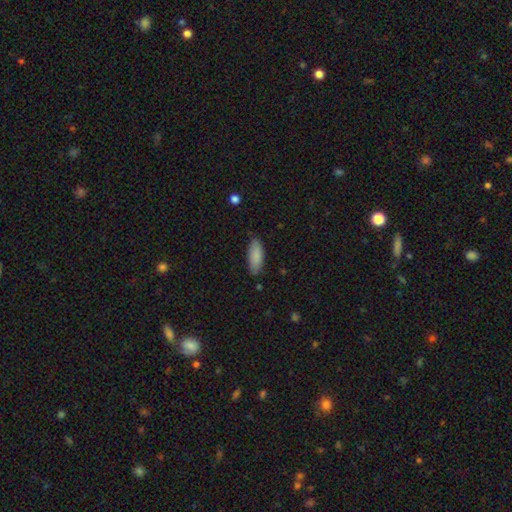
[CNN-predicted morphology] A smooth galaxy with no disk features (88%) that is in between round and cigar-shaped (76%). Merging: none (83%).